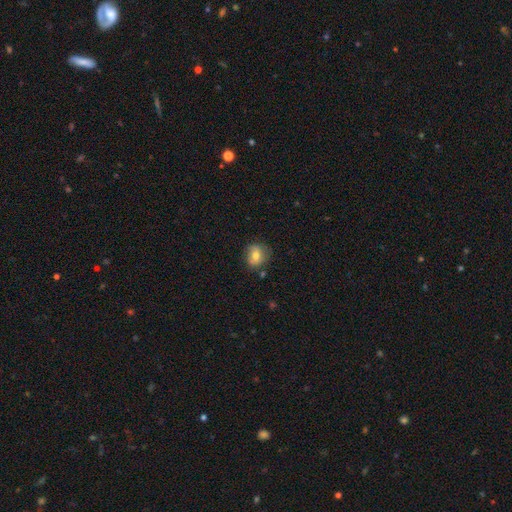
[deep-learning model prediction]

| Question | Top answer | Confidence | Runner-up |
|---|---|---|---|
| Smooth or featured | smooth | 70% | featured or disk (20%) |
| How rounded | round | 76% | in between (23%) |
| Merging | none | 73% | minor disturbance (19%) |